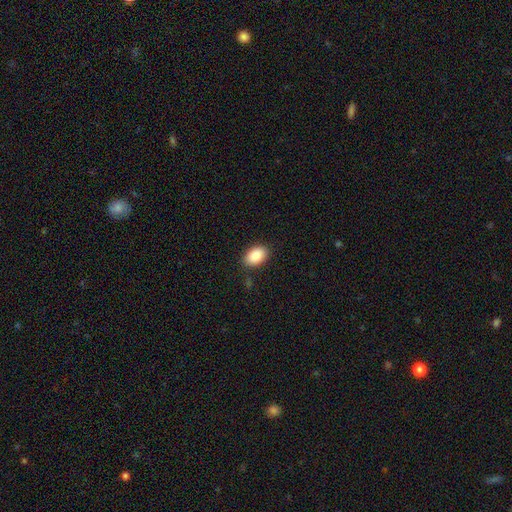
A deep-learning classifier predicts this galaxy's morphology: Smooth or featured? Predicted: smooth (p=0.88). How rounded? Predicted: in between (p=0.88). Merging? Predicted: none (p=0.86).